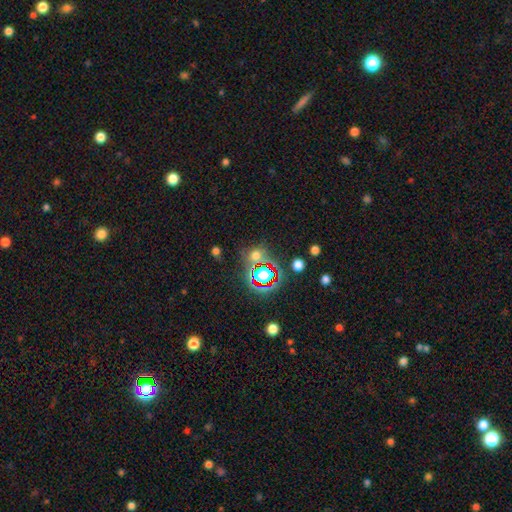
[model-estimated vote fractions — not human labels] Smooth or featured: smooth — 48% (star or artifact — 41%)
Merging: none — 72% (minor disturbance — 12%)